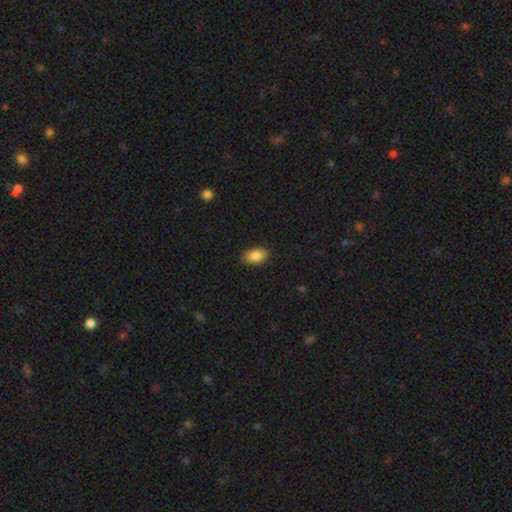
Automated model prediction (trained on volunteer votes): A smooth galaxy with no disk features (87%) that is in between round and cigar-shaped (92%). Merging: none (87%).